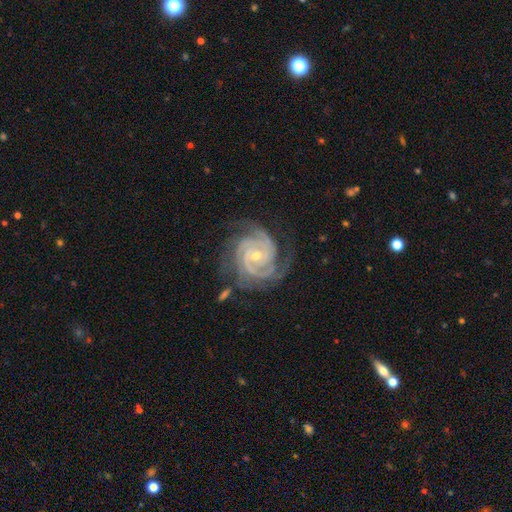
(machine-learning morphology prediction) A featured or disk galaxy (93%) with no bar (62%), 3 (44%) tight (75%) spiral arms (99%) and a small central bulge (63%). Merging: none (71%).